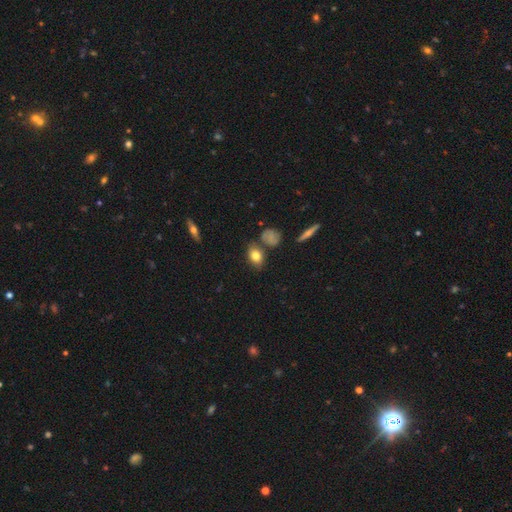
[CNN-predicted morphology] Smooth or featured: smooth — 77% (featured or disk — 14%)
How rounded: in between — 72% (round — 25%)
Merging: none — 70% (minor disturbance — 17%)